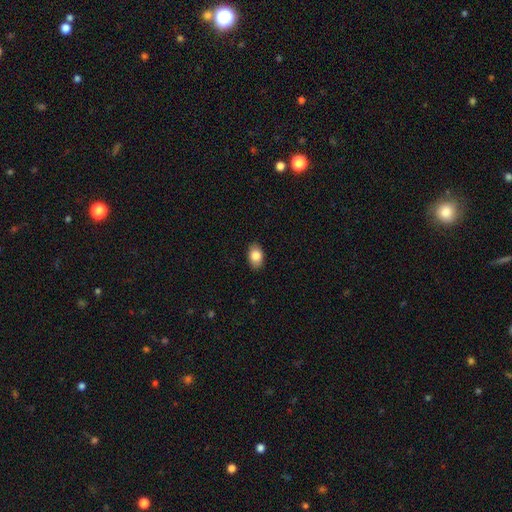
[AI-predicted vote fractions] Smooth or featured: smooth — 84% (featured or disk — 9%)
How rounded: in between — 88% (round — 11%)
Merging: none — 88% (minor disturbance — 9%)